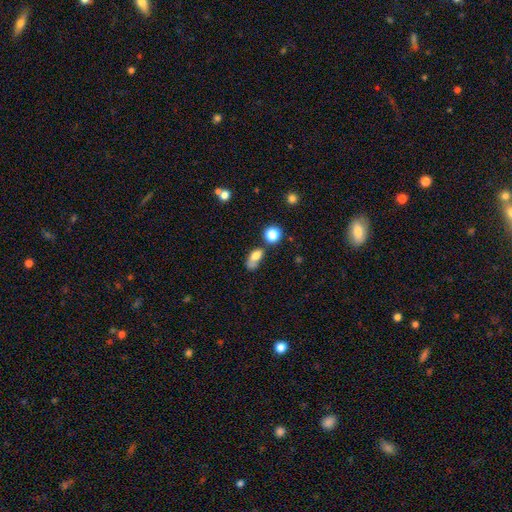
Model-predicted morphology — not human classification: smooth_or_featured: smooth (p=0.73) [alt: featured or disk p=0.15]
how_rounded: in between (p=0.73) [alt: round p=0.20]
merging: none (p=0.32) [alt: merger p=0.27]